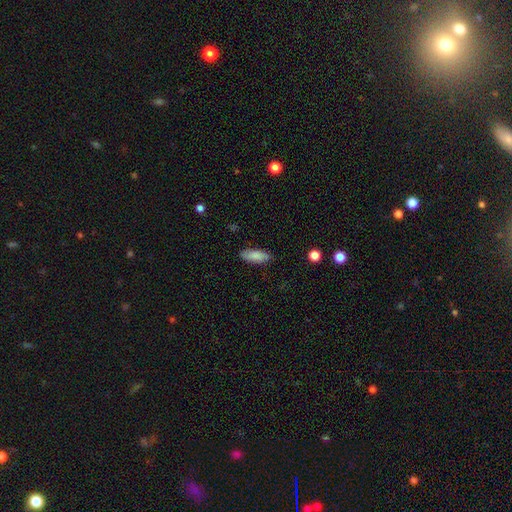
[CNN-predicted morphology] A smooth galaxy with no disk features (84%) that is in between round and cigar-shaped (71%). Merging: none (83%).